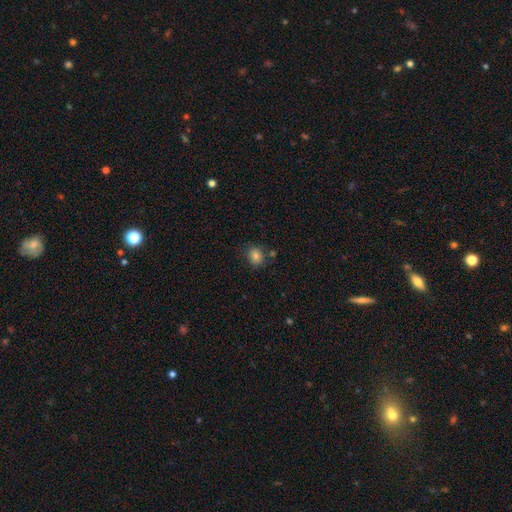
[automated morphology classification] smooth 81%, star or artifact 11%, featured or disk 8%. Down the decision tree: how rounded — round (67%); merging — none (76%).